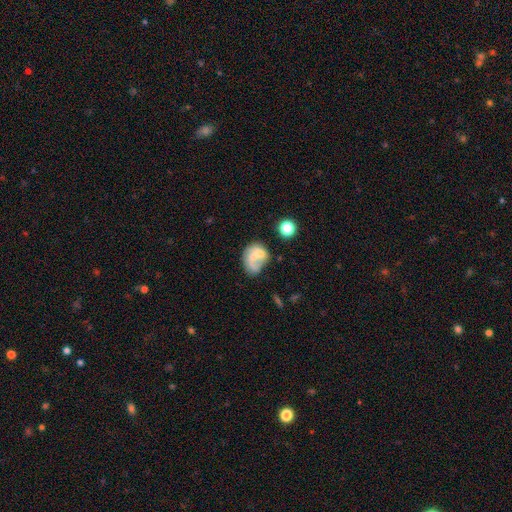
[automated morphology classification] Q: Smooth or featured?
A: smooth (49%); runner-up: featured or disk (41%)
Q: Merging?
A: none (34%); runner-up: merger (26%)